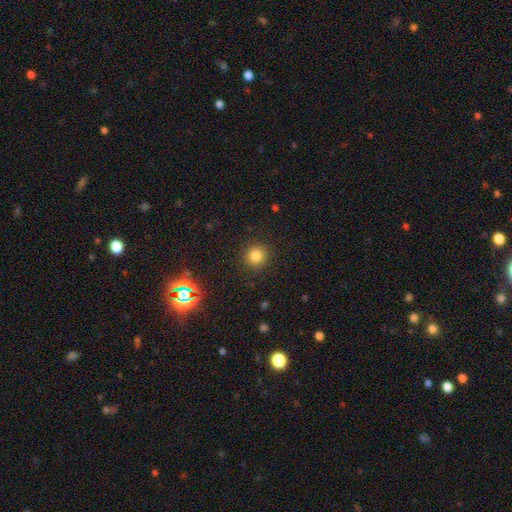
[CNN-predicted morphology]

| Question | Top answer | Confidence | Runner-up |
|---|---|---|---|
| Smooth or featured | smooth | 81% | star or artifact (14%) |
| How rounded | round | 93% | in between (6%) |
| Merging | none | 90% | minor disturbance (6%) |